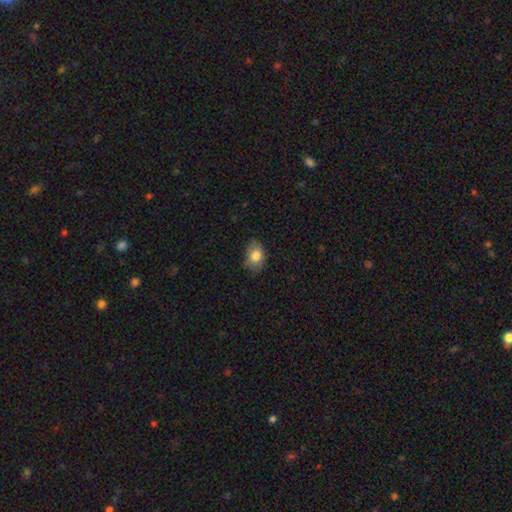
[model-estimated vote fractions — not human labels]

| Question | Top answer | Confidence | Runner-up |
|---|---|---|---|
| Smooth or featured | smooth | 80% | featured or disk (11%) |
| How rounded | in between | 77% | round (22%) |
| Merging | none | 57% | minor disturbance (32%) |